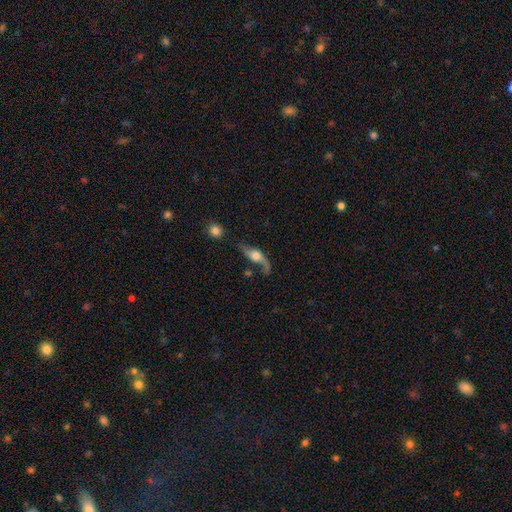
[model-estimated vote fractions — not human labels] Smooth or featured? featured or disk (72%)
Edge-on disk? no (64%)
Merging? none (54%)